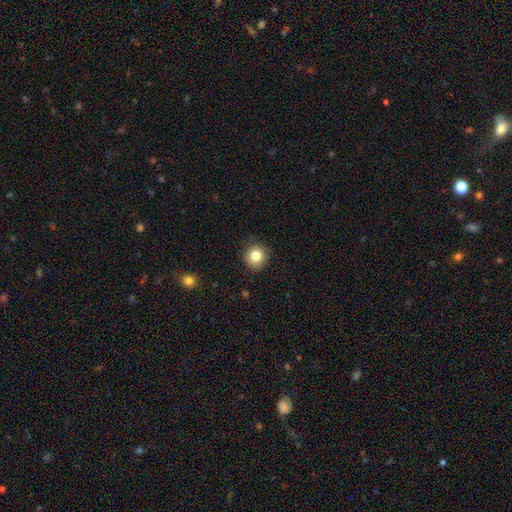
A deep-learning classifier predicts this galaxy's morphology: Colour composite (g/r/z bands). It shows a smooth galaxy with no disk features (82%) that is round (92%). Merging: none (90%).